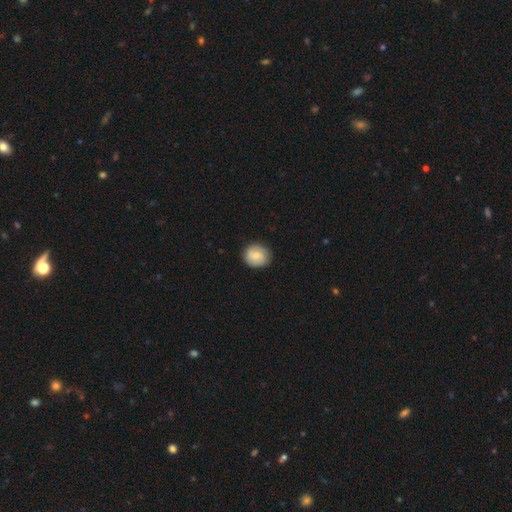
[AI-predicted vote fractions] Morphology: type=smooth (66%); roundness=round (79%); merging=none (85%).